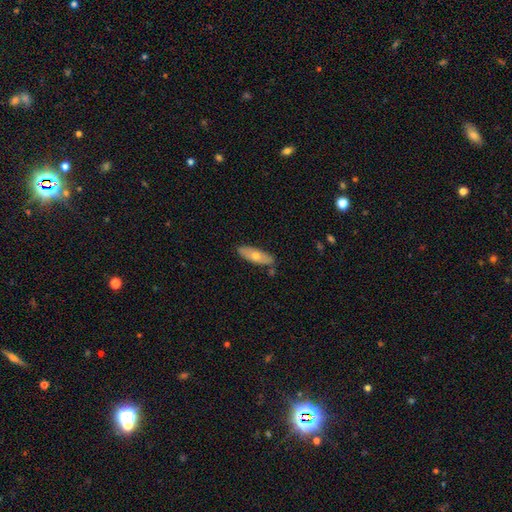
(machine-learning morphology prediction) type=smooth (55%); roundness=in between (54%); merging=none (83%).